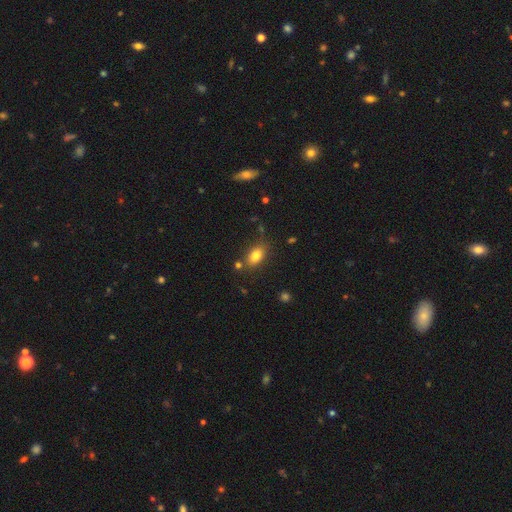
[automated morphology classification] A smooth galaxy with no disk features (82%) that is in between round and cigar-shaped (86%). Merging: none (77%).